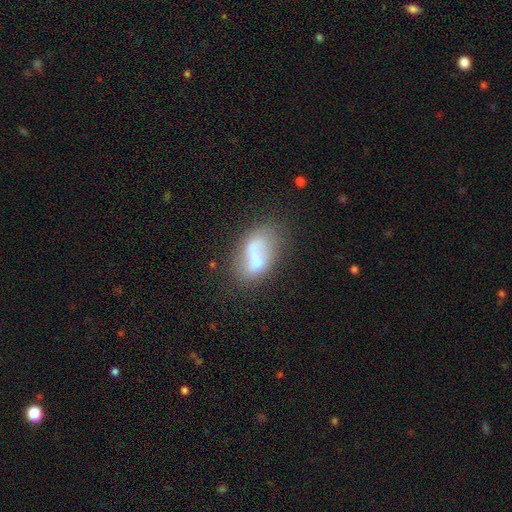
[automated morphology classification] Smooth or featured? Predicted: smooth (p=0.54). How rounded? Predicted: in between (p=0.87). Merging? Predicted: none (p=0.37).